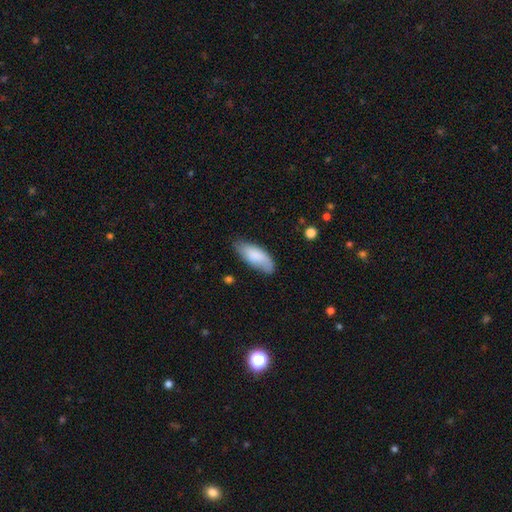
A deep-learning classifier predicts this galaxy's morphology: Q: Smooth or featured?
A: smooth (82%); runner-up: featured or disk (13%)
Q: How rounded?
A: in between (83%); runner-up: cigar-shaped (15%)
Q: Merging?
A: none (68%); runner-up: minor disturbance (25%)